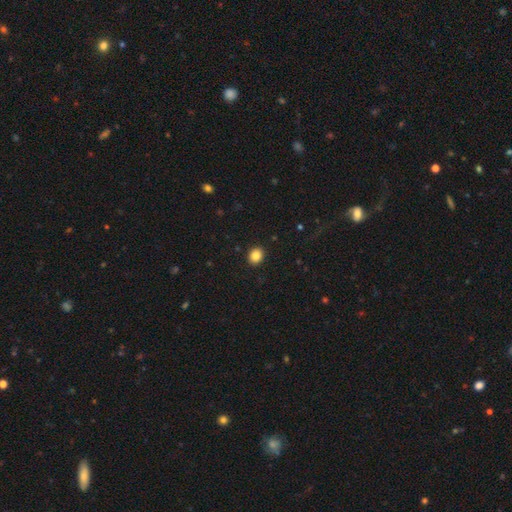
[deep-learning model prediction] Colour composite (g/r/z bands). It shows a smooth galaxy with no disk features (84%) that is round (64%). Merging: none (92%).